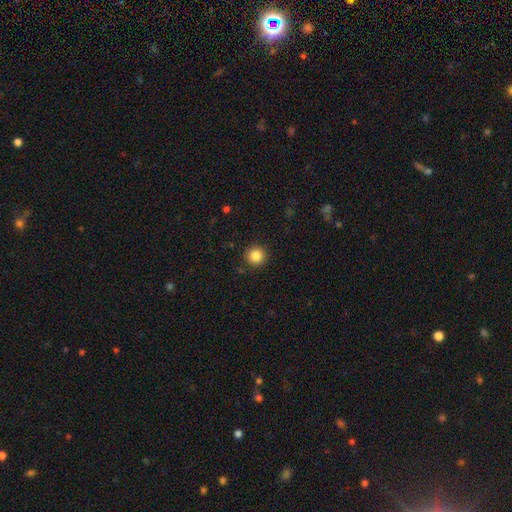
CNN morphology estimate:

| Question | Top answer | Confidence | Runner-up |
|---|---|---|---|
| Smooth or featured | smooth | 85% | star or artifact (10%) |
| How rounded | round | 95% | in between (4%) |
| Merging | none | 92% | minor disturbance (5%) |